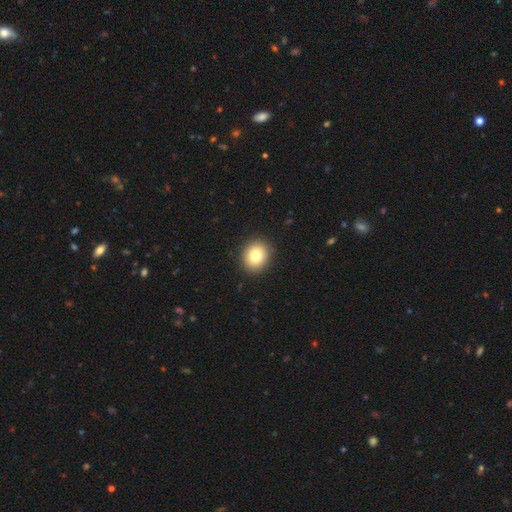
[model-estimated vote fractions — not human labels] Smooth or featured? smooth (80%)
How rounded? round (74%)
Merging? none (91%)